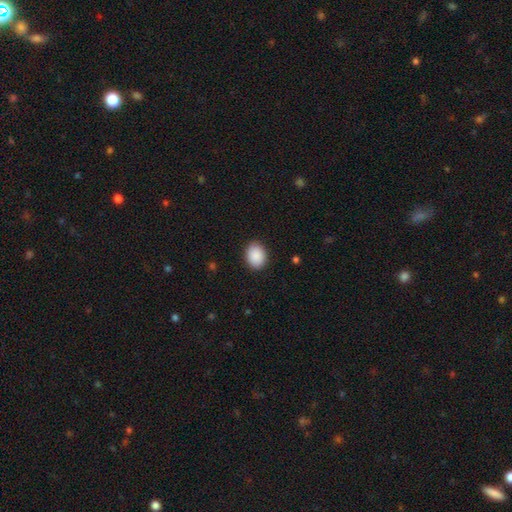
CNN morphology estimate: Q: Smooth or featured?
A: smooth (90%); runner-up: star or artifact (7%)
Q: How rounded?
A: in between (61%); runner-up: round (38%)
Q: Merging?
A: none (88%); runner-up: minor disturbance (9%)